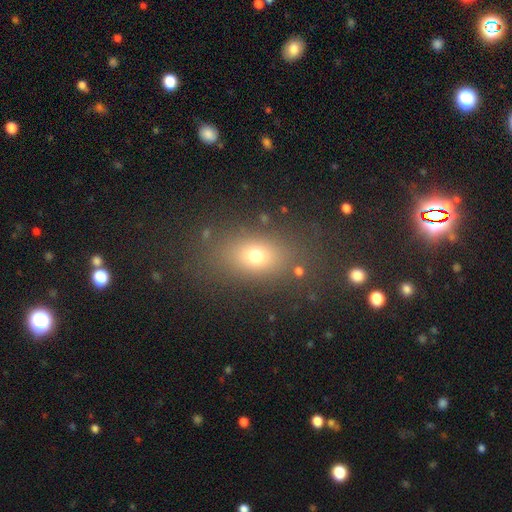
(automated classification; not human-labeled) Q: Smooth or featured?
A: smooth (69%); runner-up: star or artifact (17%)
Q: How rounded?
A: in between (71%); runner-up: round (25%)
Q: Merging?
A: none (80%); runner-up: minor disturbance (11%)